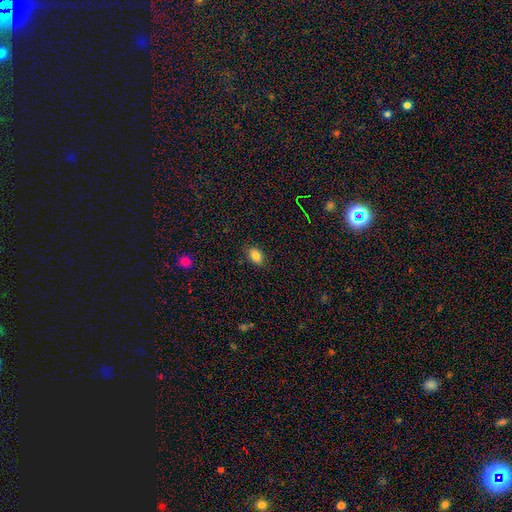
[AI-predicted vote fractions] Smooth or featured: smooth — 83% (star or artifact — 10%)
How rounded: in between — 82% (round — 17%)
Merging: none — 84% (minor disturbance — 12%)